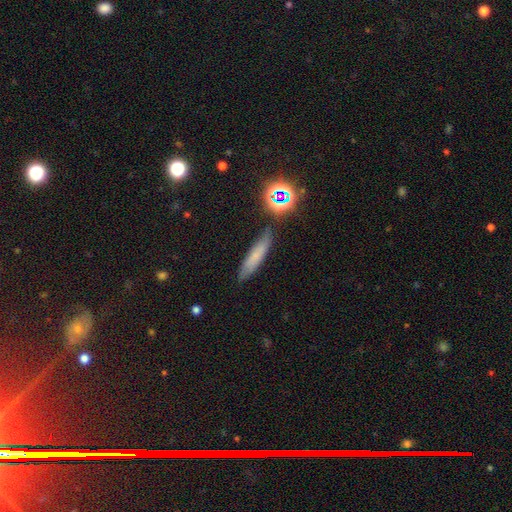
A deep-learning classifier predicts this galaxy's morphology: The model was most divided on "smooth or featured": smooth: 63%, featured or disk: 21%, star or artifact: 16%. More confident: how rounded — cigar-shaped (81%); merging — none (78%).